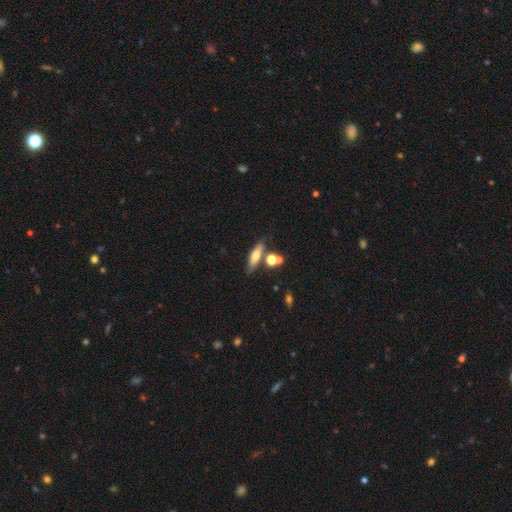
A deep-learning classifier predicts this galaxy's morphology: Q: Smooth or featured?
A: smooth (64%); runner-up: featured or disk (26%)
Q: How rounded?
A: cigar-shaped (50%); runner-up: in between (44%)
Q: Merging?
A: none (66%); runner-up: merger (15%)